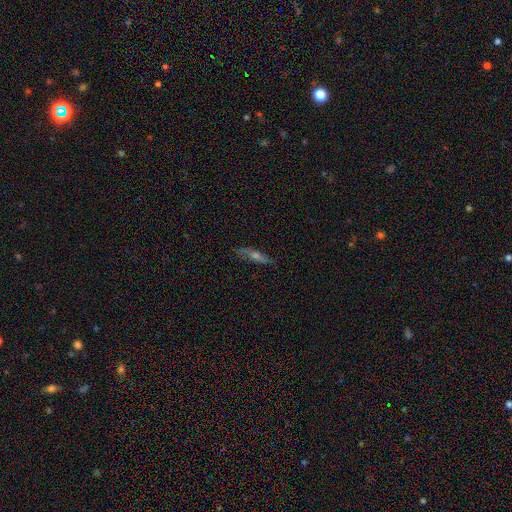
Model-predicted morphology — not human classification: This appears to be a featured or disk galaxy (57%) viewed edge-on (85%). Merging: none (84%).